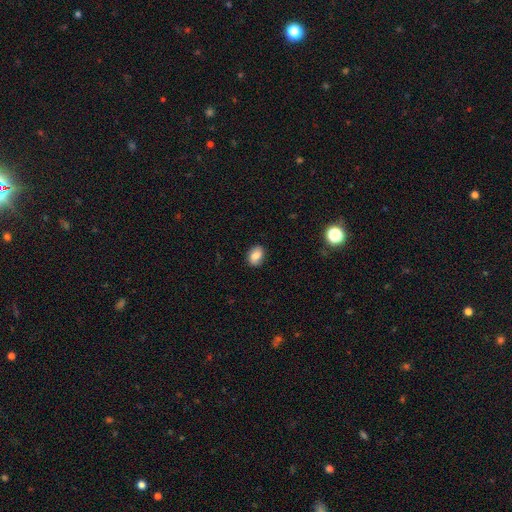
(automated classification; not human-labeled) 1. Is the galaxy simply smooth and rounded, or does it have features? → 78% smooth, 13% featured or disk, 9% star or artifact.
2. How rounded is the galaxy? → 72% in between, 27% round, 1% cigar-shaped.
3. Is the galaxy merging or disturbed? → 85% none, 12% minor disturbance, 3% major disturbance, 1% merger.